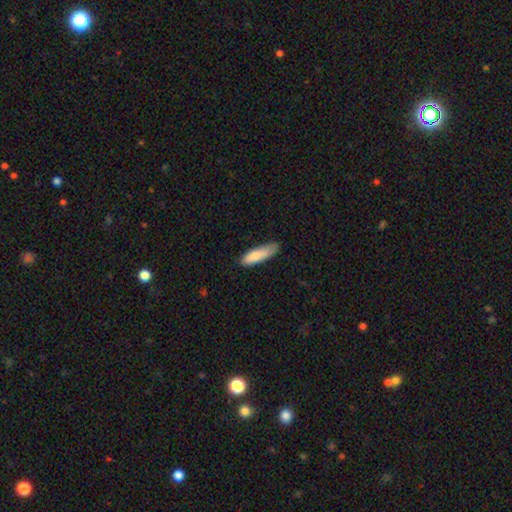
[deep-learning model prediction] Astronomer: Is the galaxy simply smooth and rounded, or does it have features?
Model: smooth — 82%.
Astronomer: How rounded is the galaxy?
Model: cigar-shaped — 58% (runner-up: in between, 40%).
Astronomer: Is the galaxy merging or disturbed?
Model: none — 58%.